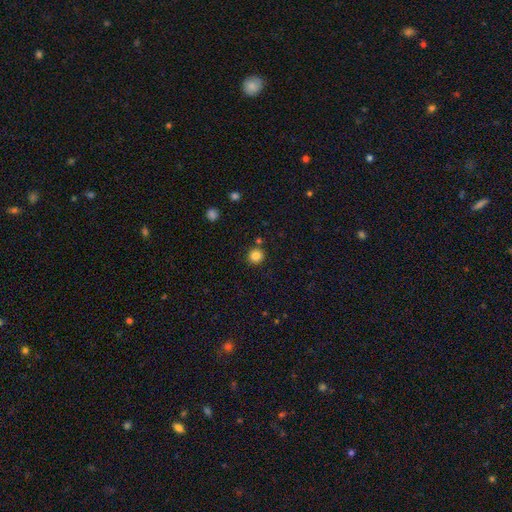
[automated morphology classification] The model was most divided on "smooth or featured": smooth: 84%, star or artifact: 11%, featured or disk: 5%. More confident: how rounded — round (94%); merging — none (86%).